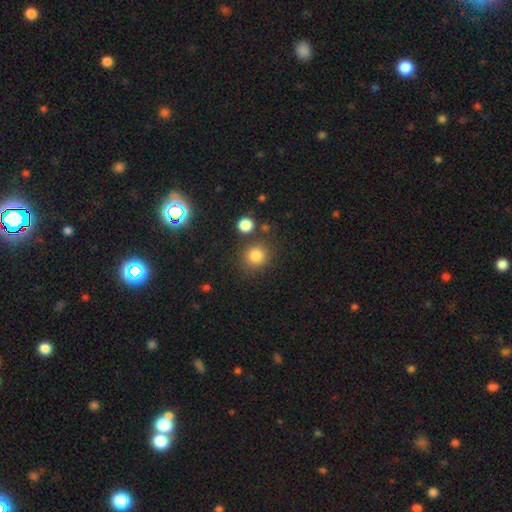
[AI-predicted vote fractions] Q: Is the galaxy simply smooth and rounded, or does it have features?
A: smooth — 82%.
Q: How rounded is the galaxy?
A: round — 86%.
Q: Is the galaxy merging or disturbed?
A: none — 80%.